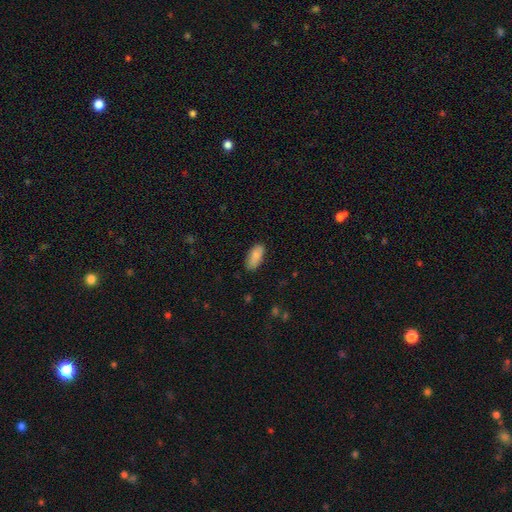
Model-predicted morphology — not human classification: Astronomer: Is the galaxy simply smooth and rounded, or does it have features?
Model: smooth — 87%.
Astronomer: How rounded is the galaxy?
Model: in between — 86%.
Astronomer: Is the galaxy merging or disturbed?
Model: none — 80%.